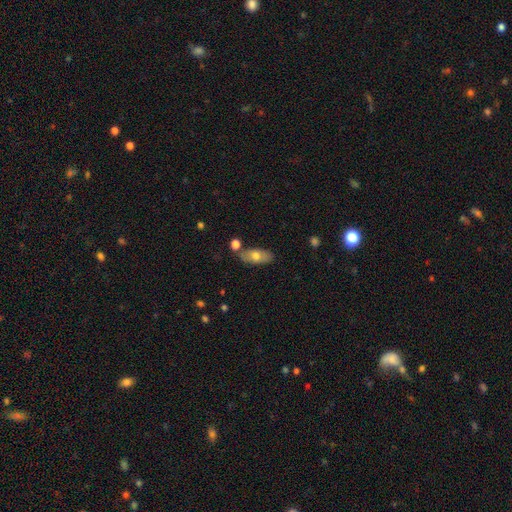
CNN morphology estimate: Smooth or featured?
  - smooth: 66% *
  - featured or disk: 27%
  - star or artifact: 7%
How rounded?
  - in between: 85% *
  - cigar-shaped: 10%
  - round: 5%
Merging?
  - none: 77% *
  - minor disturbance: 13%
  - merger: 8%
  - major disturbance: 3%